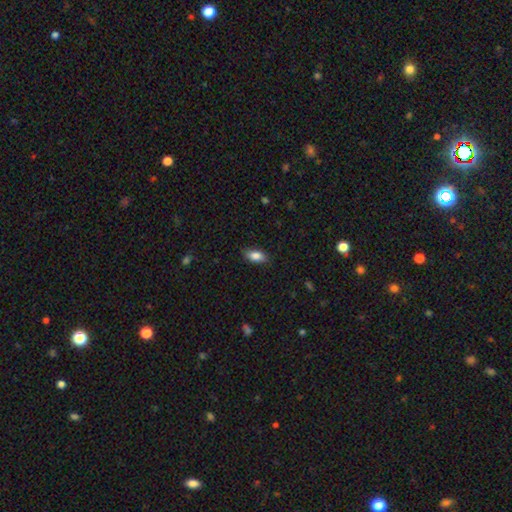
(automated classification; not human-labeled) Smooth or featured? smooth (85%)
How rounded? in between (88%)
Merging? none (84%)